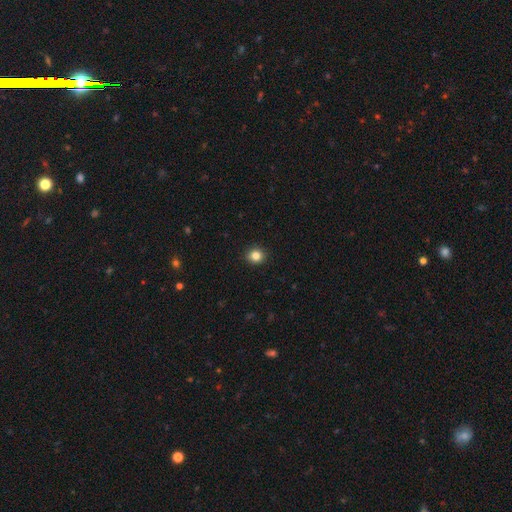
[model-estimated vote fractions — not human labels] Overall: smooth (84%). How rounded: round (85%). Merging: none (92%).